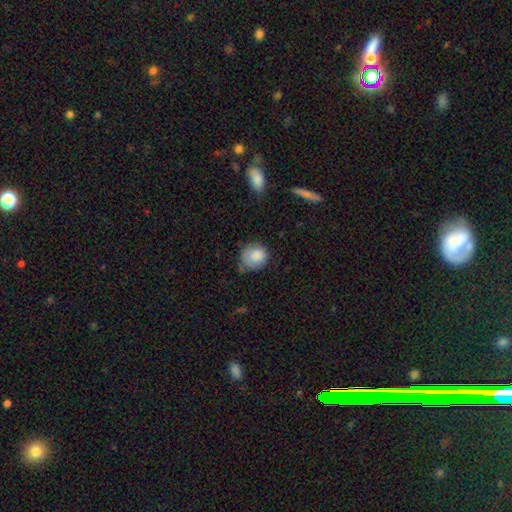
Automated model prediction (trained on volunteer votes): Smooth or featured? smooth (85%)
How rounded? round (78%)
Merging? none (57%)